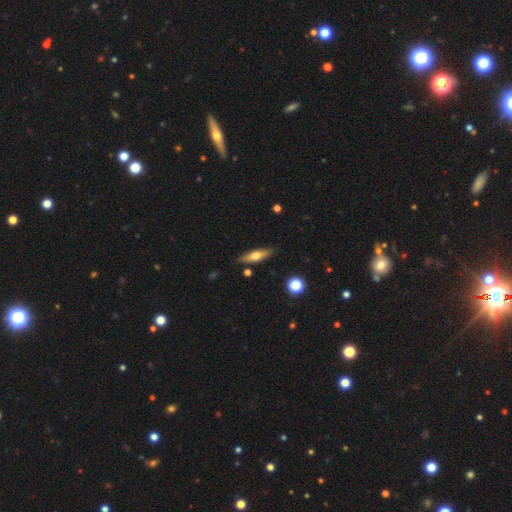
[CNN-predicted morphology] Smooth or featured?
  - smooth: 58% *
  - featured or disk: 35%
  - star or artifact: 7%
How rounded?
  - cigar-shaped: 61% *
  - in between: 36%
  - round: 3%
Merging?
  - none: 83% *
  - minor disturbance: 12%
  - merger: 3%
  - major disturbance: 2%